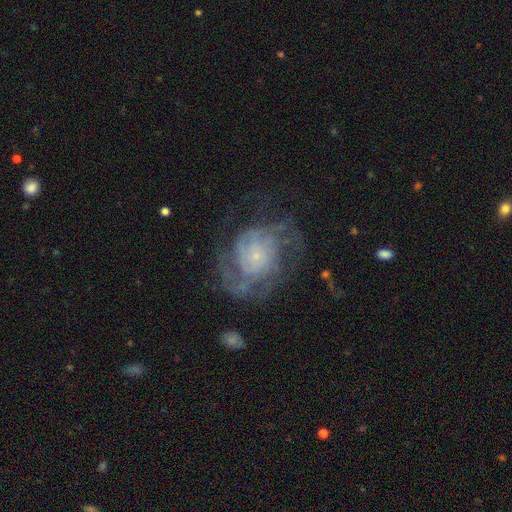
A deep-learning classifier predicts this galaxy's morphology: type=featured or disk (82%); edge-on=no (98%); bar=no (77%); spiral arms=yes (92%); winding=tight (55%); arm count=can't tell (37%); bulge=small (79%); merging=none (58%).